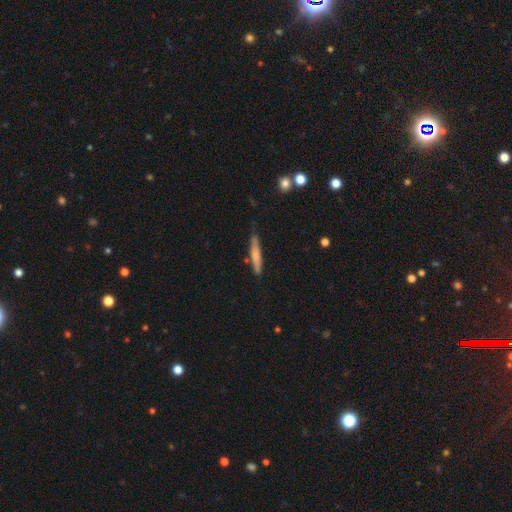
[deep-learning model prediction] Smooth or featured? smooth (70%)
How rounded? cigar-shaped (92%)
Merging? none (75%)